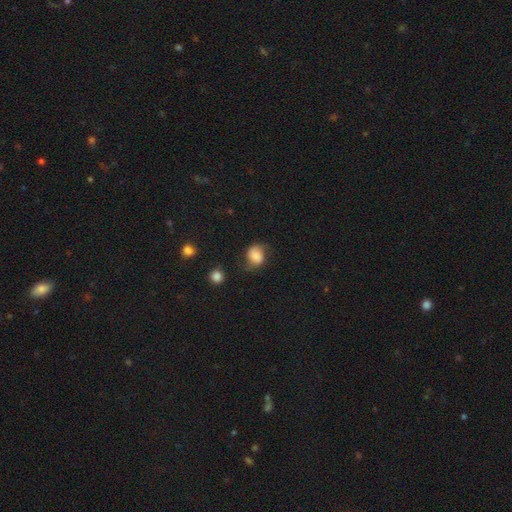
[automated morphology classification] A smooth galaxy with no disk features (70%) that is round (53%).

Vote fractions:
- Smooth or featured? smooth: 70% / featured or disk: 20% / star or artifact: 10%
- How rounded? round: 53% / in between: 46% / cigar-shaped: 1%
- Merging? none: 54% / minor disturbance: 30% / major disturbance: 13% / merger: 3%